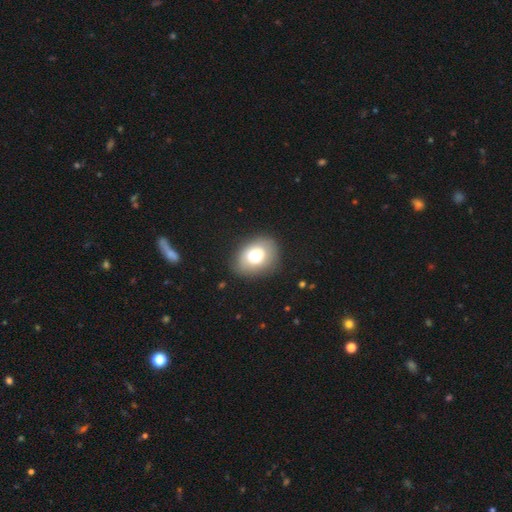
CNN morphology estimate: A smooth galaxy with no disk features (73%) that is in between round and cigar-shaped (62%).

Vote fractions:
- Smooth or featured? smooth: 73% / featured or disk: 18% / star or artifact: 9%
- How rounded? in between: 62% / round: 37% / cigar-shaped: 1%
- Merging? none: 82% / minor disturbance: 13% / major disturbance: 4% / merger: 1%